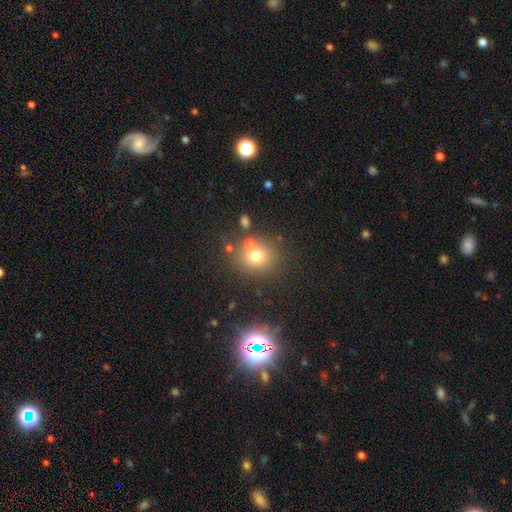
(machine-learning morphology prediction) Overall: smooth (70%). How rounded: round (81%). Merging: none (67%).